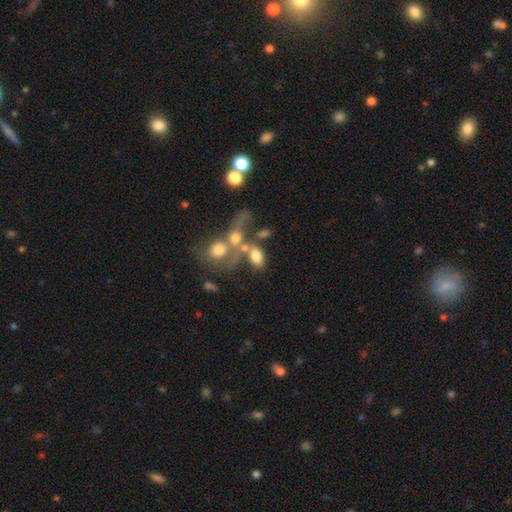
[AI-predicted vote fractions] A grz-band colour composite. It shows a smooth galaxy with no disk features (70%) that is in between round and cigar-shaped (81%). Merging: merger (48%).